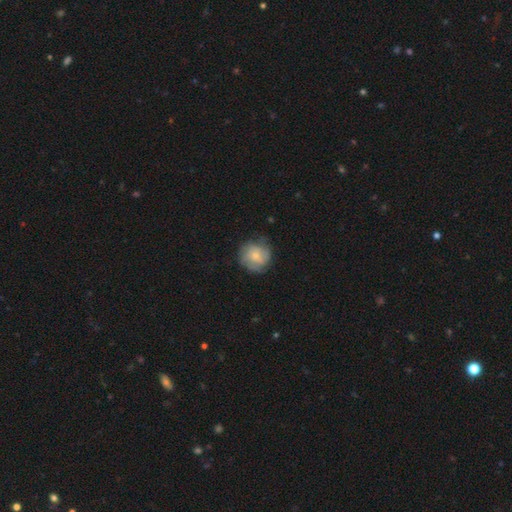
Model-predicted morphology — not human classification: A smooth galaxy with no disk features (64%) that is round (89%).

Vote fractions:
- Smooth or featured? smooth: 64% / featured or disk: 29% / star or artifact: 7%
- How rounded? round: 89% / in between: 10% / cigar-shaped: 1%
- Merging? none: 68% / minor disturbance: 23% / major disturbance: 7% / merger: 1%